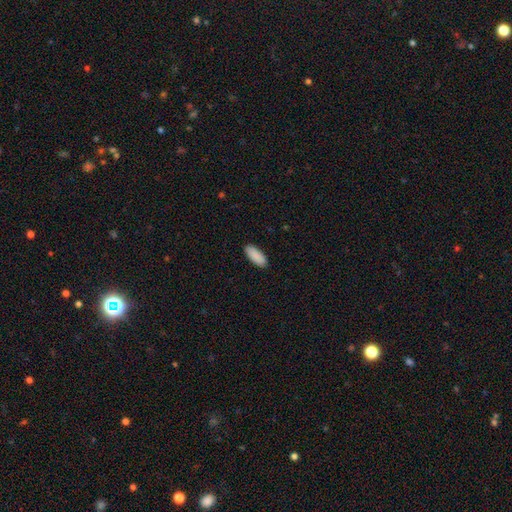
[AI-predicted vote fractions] The model was most divided on "how rounded": in between: 78%, cigar-shaped: 20%, round: 2%. More confident: smooth or featured — smooth (91%); merging — none (90%).